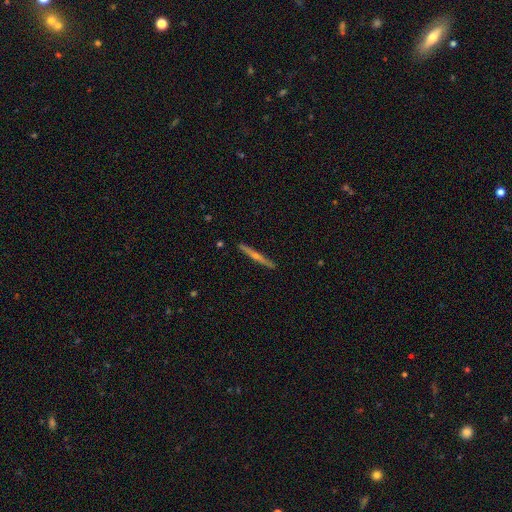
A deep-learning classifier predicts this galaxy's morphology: This appears to be a featured or disk galaxy (71%) viewed edge-on (98%) with a rounded central bulge (82%). Merging: none (91%).